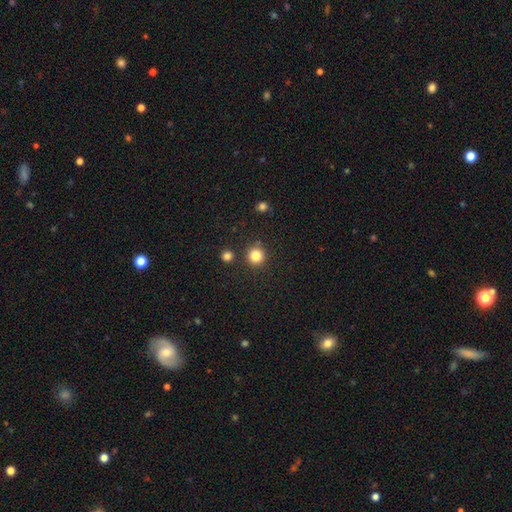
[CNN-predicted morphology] Smooth or featured? Predicted: smooth (p=0.83). How rounded? Predicted: round (p=0.94). Merging? Predicted: none (p=0.87).